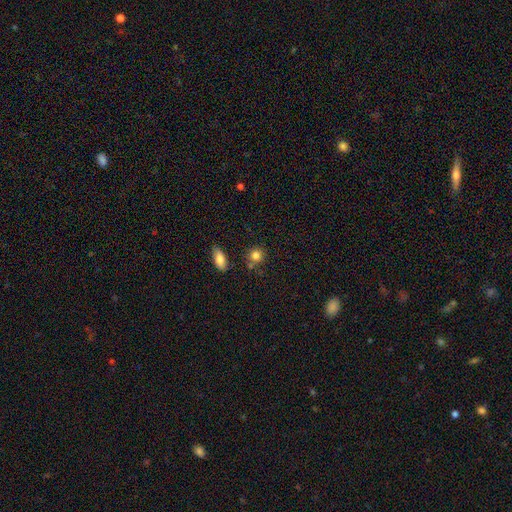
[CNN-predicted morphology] A smooth galaxy with no disk features (83%) that is round (81%). Merging: none (72%).